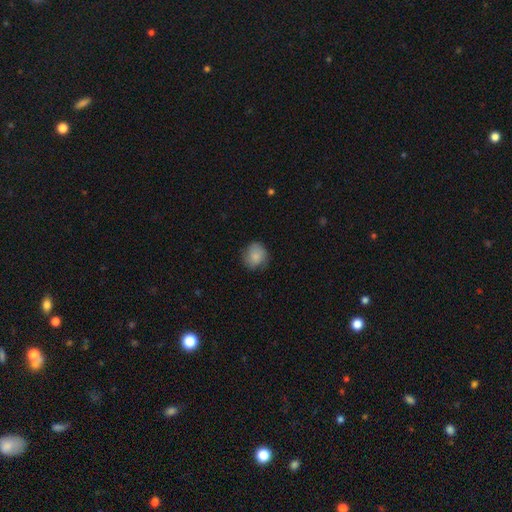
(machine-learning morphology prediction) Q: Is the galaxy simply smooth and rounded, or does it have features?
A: smooth — 83%.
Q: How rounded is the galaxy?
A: round — 83%.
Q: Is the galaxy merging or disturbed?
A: none — 77%.